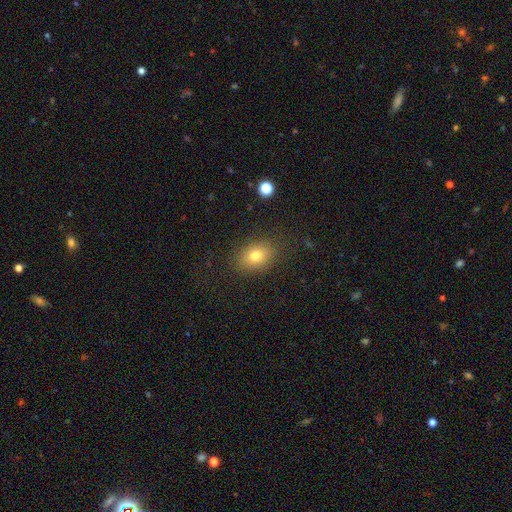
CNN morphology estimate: Smooth or featured: smooth — 77% (featured or disk — 12%)
How rounded: in between — 73% (round — 25%)
Merging: none — 84% (minor disturbance — 11%)